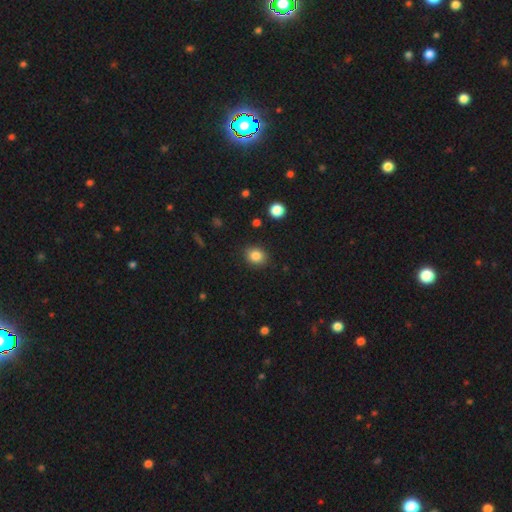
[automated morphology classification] This appears to be a smooth galaxy with no disk features (85%) that is round (59%). Merging: none (88%).